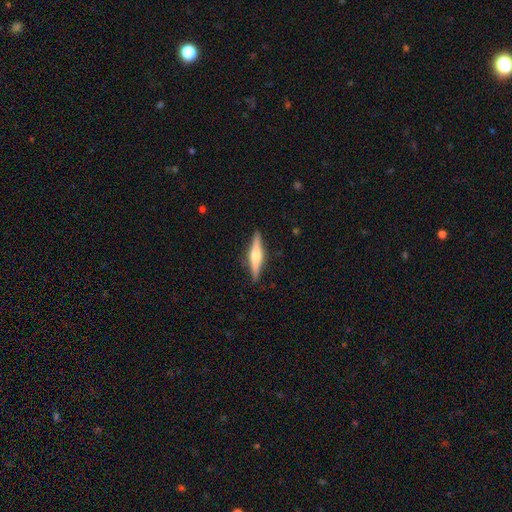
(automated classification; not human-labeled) smooth_or_featured: featured or disk (p=0.67) [alt: smooth p=0.28]
disk_edge_on: yes (p=0.98) [alt: no p=0.02]
edge_on_bulge: rounded (p=0.88) [alt: boxy p=0.08]
merging: none (p=0.90) [alt: minor disturbance p=0.08]